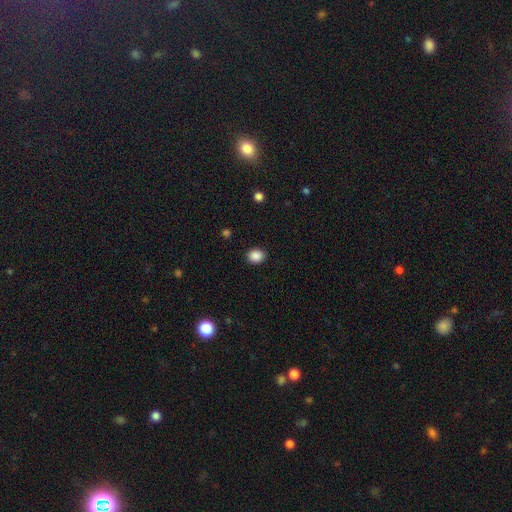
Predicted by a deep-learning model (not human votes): Smooth or featured: smooth — 87% (star or artifact — 10%)
How rounded: round — 66% (in between — 33%)
Merging: none — 89% (minor disturbance — 8%)